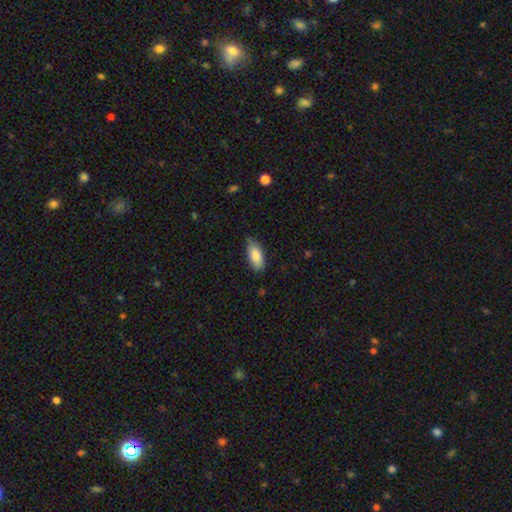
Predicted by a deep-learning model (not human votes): smooth 86%, featured or disk 9%, star or artifact 6%. Down the decision tree: how rounded — in between (86%); merging — none (77%).